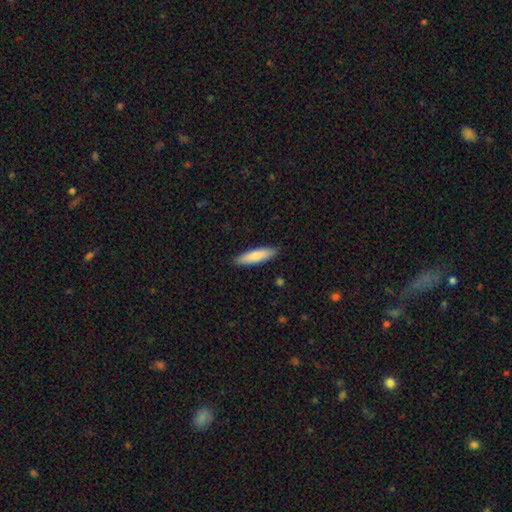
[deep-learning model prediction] Morphology: type=smooth (79%); roundness=cigar-shaped (67%); merging=none (89%).